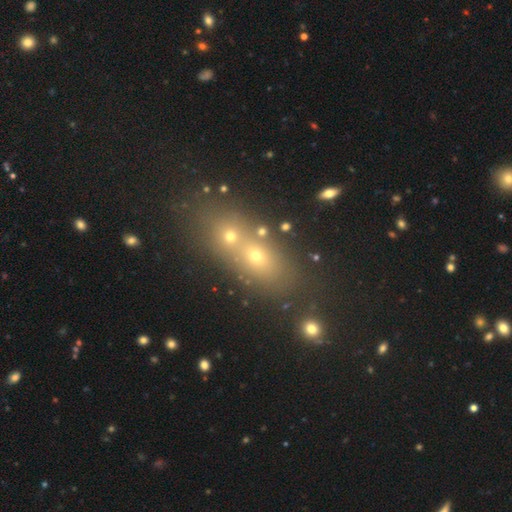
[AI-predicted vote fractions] Smooth or featured? smooth (43%)
Merging? none (47%)